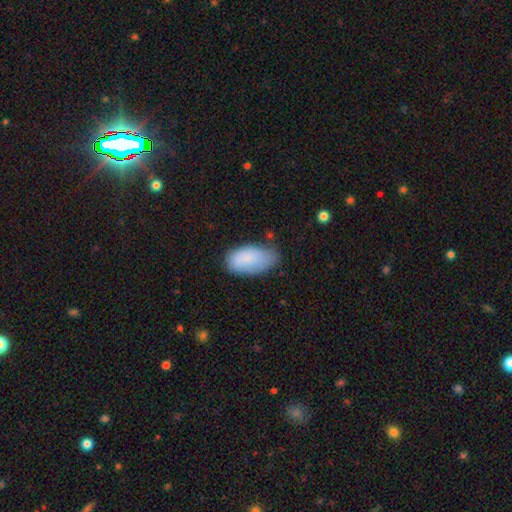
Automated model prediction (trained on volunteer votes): Overall: smooth (85%). How rounded: in between (95%). Merging: none (53%; minor disturbance 36%).